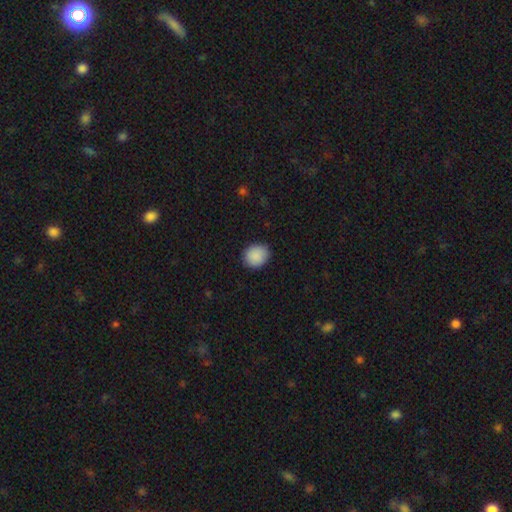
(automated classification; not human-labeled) Smooth or featured?
  - smooth: 90% *
  - star or artifact: 7%
  - featured or disk: 3%
How rounded?
  - round: 67% *
  - in between: 32%
  - cigar-shaped: 1%
Merging?
  - none: 87% *
  - minor disturbance: 10%
  - major disturbance: 2%
  - merger: 1%